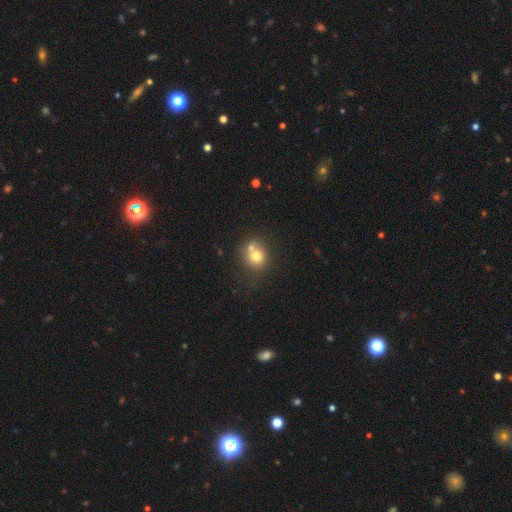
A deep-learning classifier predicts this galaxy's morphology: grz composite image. It shows a smooth galaxy with no disk features (70%) that is round (77%). Merging: merger (42%).